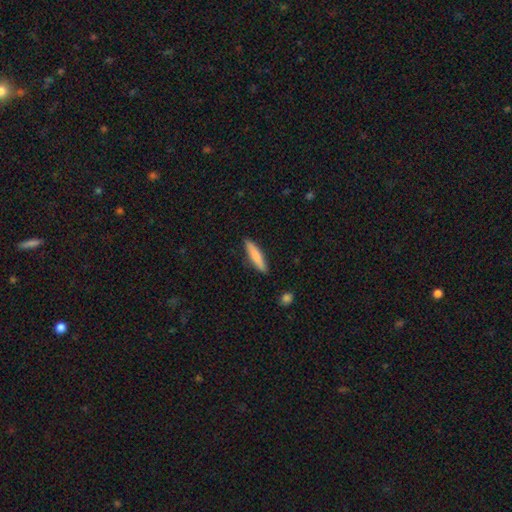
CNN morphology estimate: Overall: smooth (79%). How rounded: cigar-shaped (86%). Merging: none (89%).